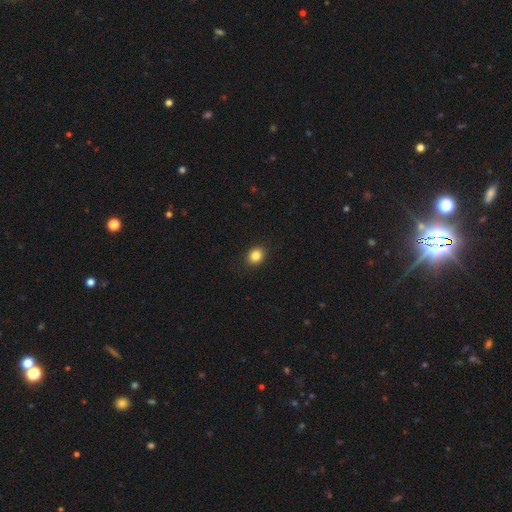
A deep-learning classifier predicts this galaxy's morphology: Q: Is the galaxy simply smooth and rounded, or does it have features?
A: smooth — 85%.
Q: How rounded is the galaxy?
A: round — 59%.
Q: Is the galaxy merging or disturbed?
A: none — 91%.